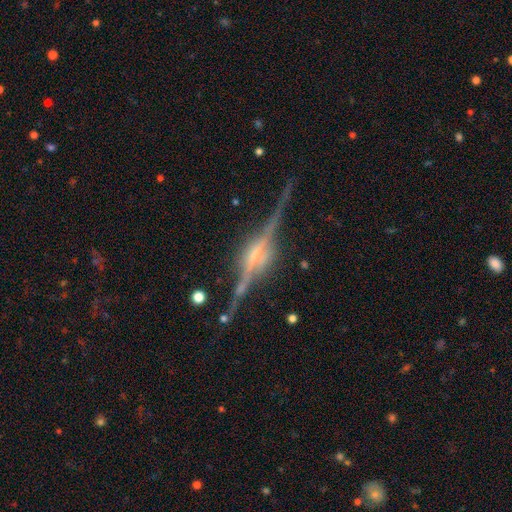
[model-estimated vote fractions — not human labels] smooth-or-featured: featured or disk: 89% | star or artifact: 6% | smooth: 5%
  disk-edge-on: yes: 97% | no: 3%
    edge-on-bulge: rounded: 68% | boxy: 27% | none: 5%
  merging: none: 82% | minor disturbance: 13% | major disturbance: 4% | merger: 2%